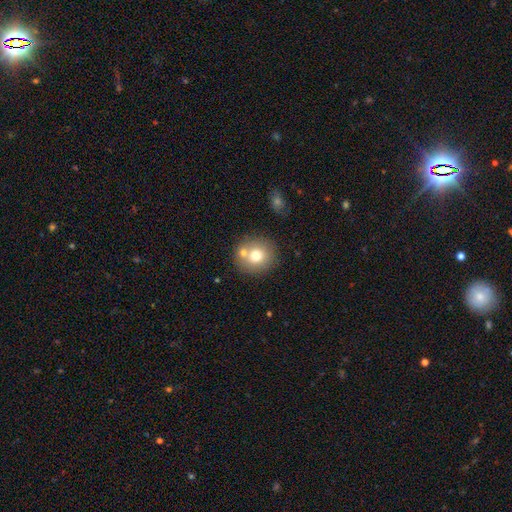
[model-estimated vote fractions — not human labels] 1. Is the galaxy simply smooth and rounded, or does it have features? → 71% smooth, 18% featured or disk, 11% star or artifact.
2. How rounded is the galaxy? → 88% round, 11% in between, 1% cigar-shaped.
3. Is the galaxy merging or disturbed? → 64% none, 23% merger, 9% minor disturbance, 3% major disturbance.